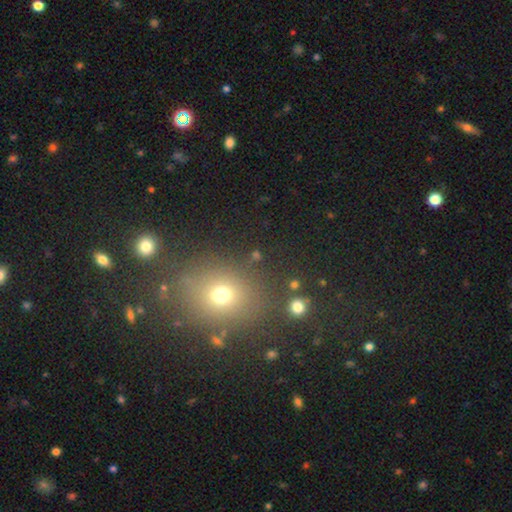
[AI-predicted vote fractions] The model was most divided on "smooth or featured": smooth: 59%, star or artifact: 31%, featured or disk: 10%. More confident: merging — none (80%); how rounded — round (70%).